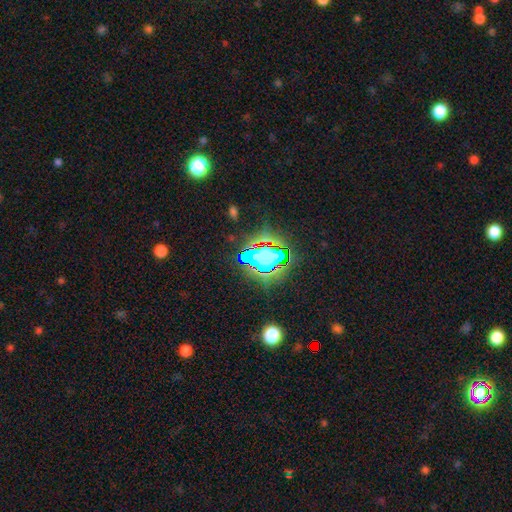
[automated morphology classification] smooth_or_featured: star or artifact (p=0.70) [alt: smooth p=0.18]